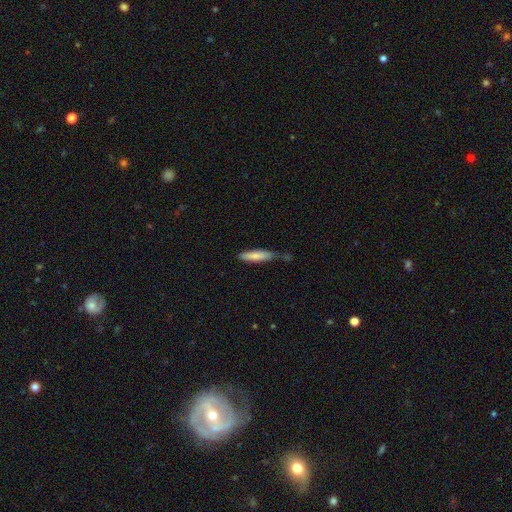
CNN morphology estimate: Smooth or featured? Predicted: smooth (p=0.78). How rounded? Predicted: cigar-shaped (p=0.79). Merging? Predicted: none (p=0.56).